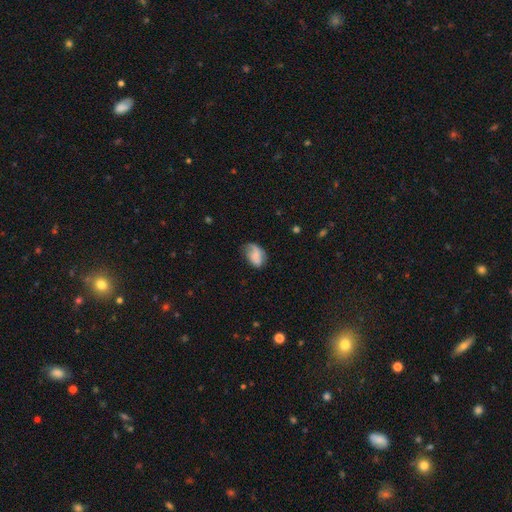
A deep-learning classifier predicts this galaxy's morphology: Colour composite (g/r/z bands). It shows a smooth galaxy with no disk features (64%) that is in between round and cigar-shaped (83%). Merging: none (46%).